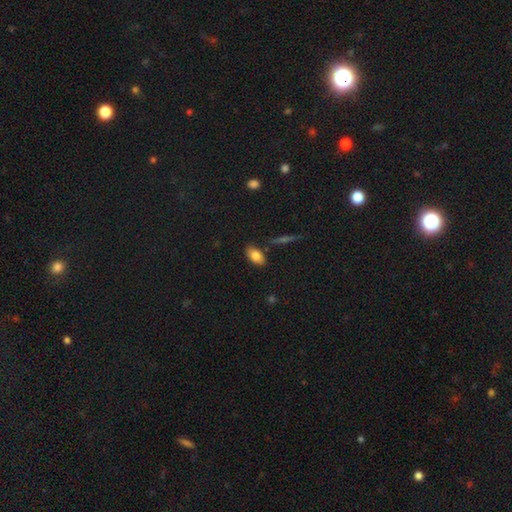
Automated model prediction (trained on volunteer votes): The model was most divided on "smooth or featured": smooth: 81%, featured or disk: 12%, star or artifact: 8%. More confident: how rounded — in between (90%); merging — none (83%).